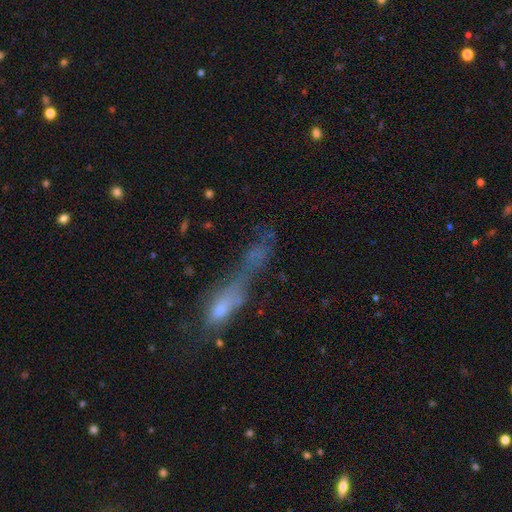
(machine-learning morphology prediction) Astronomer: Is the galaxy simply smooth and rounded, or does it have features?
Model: smooth — 45% (runner-up: featured or disk, 31%).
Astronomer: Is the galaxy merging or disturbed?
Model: merger — 50%.